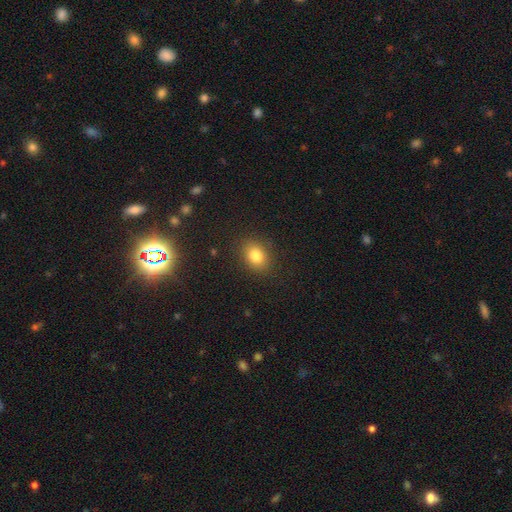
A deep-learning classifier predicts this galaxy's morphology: Overall: smooth (82%). How rounded: in between (62%; round 37%). Merging: none (87%).